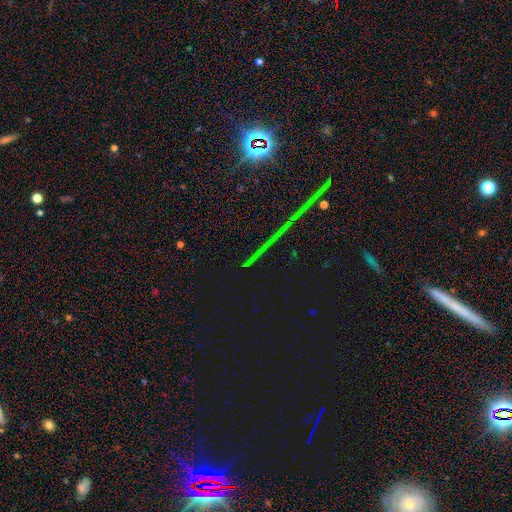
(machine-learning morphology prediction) smooth-or-featured: star or artifact: 82% | featured or disk: 10% | smooth: 8%